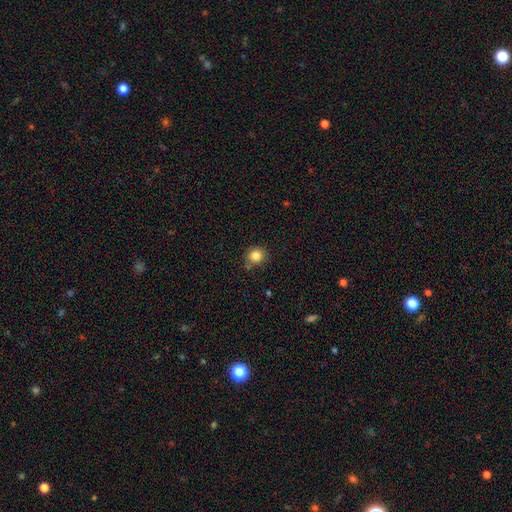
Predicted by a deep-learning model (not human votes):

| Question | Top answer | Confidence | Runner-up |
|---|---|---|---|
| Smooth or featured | smooth | 84% | star or artifact (11%) |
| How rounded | round | 88% | in between (11%) |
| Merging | none | 78% | minor disturbance (14%) |